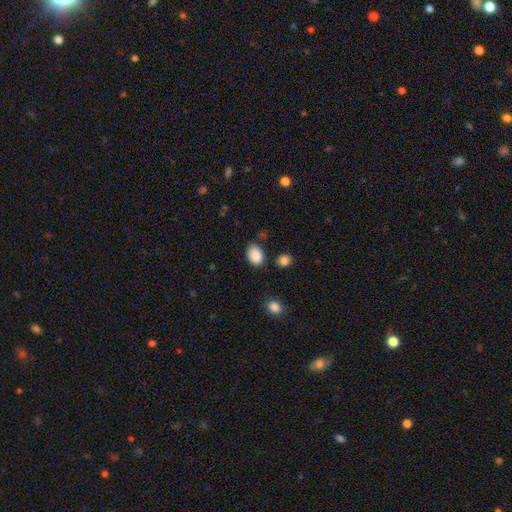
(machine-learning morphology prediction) Q: Smooth or featured?
A: smooth (88%); runner-up: star or artifact (8%)
Q: How rounded?
A: in between (74%); runner-up: round (25%)
Q: Merging?
A: none (75%); runner-up: minor disturbance (17%)